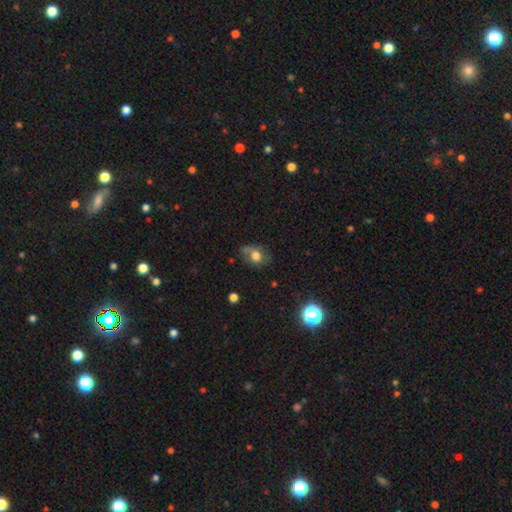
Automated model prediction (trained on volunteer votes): smooth 63%, featured or disk 25%, star or artifact 12%. Down the decision tree: how rounded — in between (61%); merging — none (48%).